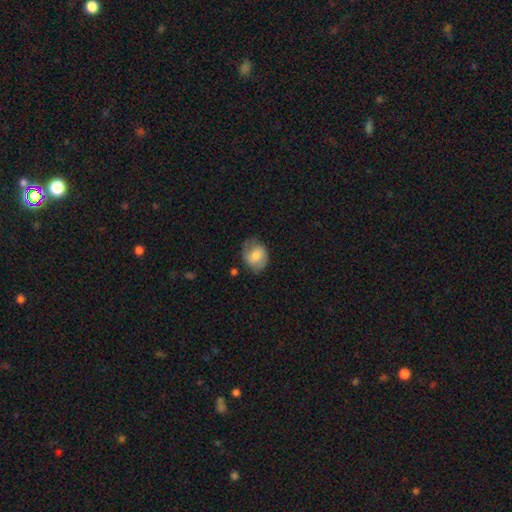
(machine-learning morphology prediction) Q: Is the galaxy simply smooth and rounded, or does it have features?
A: smooth — 59%.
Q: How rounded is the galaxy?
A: round — 50%.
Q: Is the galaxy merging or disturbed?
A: none — 67%.